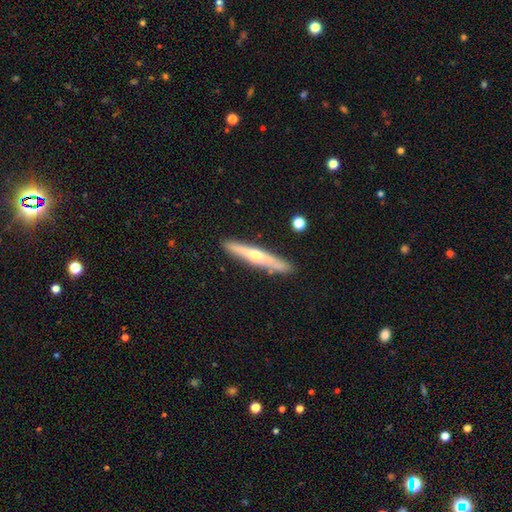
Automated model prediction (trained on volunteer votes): featured or disk 58%, smooth 37%, star or artifact 6%. Down the decision tree: edge-on disk — yes (92%); edge-on bulge — rounded (83%); merging — none (86%).